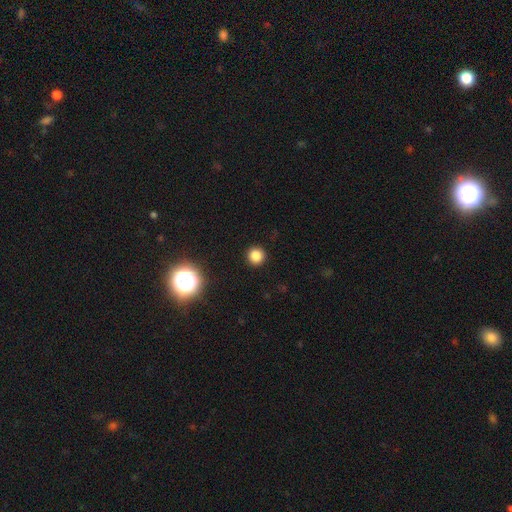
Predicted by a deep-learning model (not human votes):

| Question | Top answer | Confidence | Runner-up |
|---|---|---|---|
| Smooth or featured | smooth | 82% | star or artifact (13%) |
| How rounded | round | 95% | in between (4%) |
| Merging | none | 93% | minor disturbance (4%) |